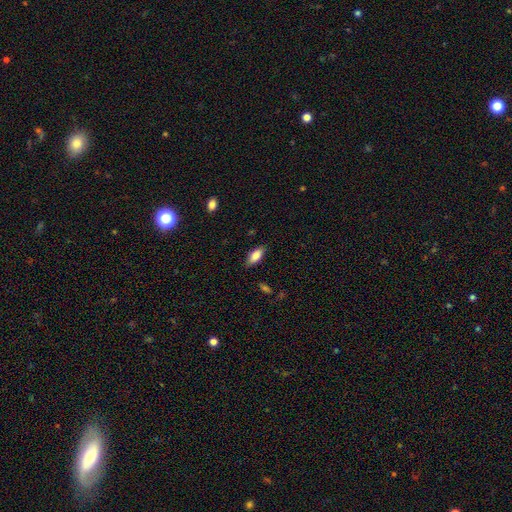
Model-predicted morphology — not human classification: smooth 83%, featured or disk 11%, star or artifact 7%. Down the decision tree: how rounded — in between (82%); merging — none (83%).